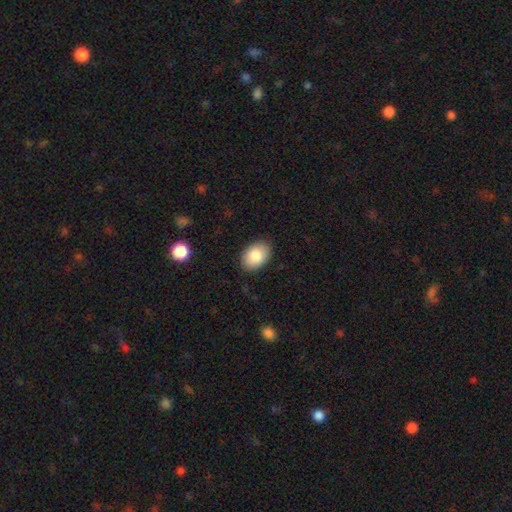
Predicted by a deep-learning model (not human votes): Smooth or featured? Predicted: smooth (p=0.85). How rounded? Predicted: in between (p=0.85). Merging? Predicted: none (p=0.87).